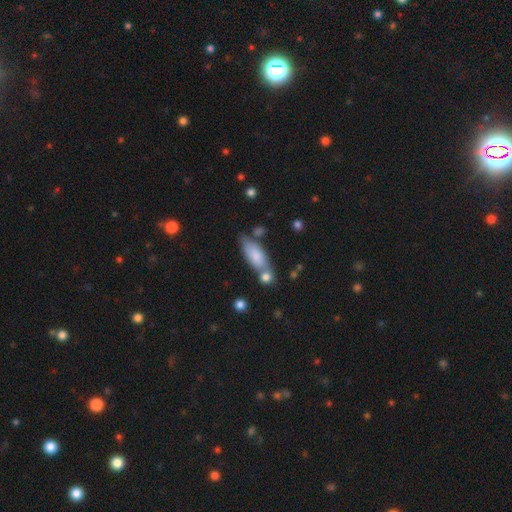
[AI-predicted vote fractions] Smooth or featured: smooth — 76% (featured or disk — 17%)
How rounded: in between — 70% (cigar-shaped — 27%)
Merging: none — 54% (merger — 23%)